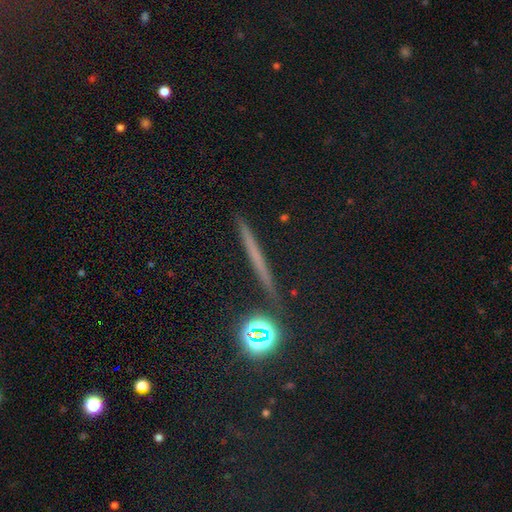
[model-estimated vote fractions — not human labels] smooth_or_featured: smooth (p=0.39) [alt: featured or disk p=0.38]
merging: none (p=0.90) [alt: minor disturbance p=0.07]